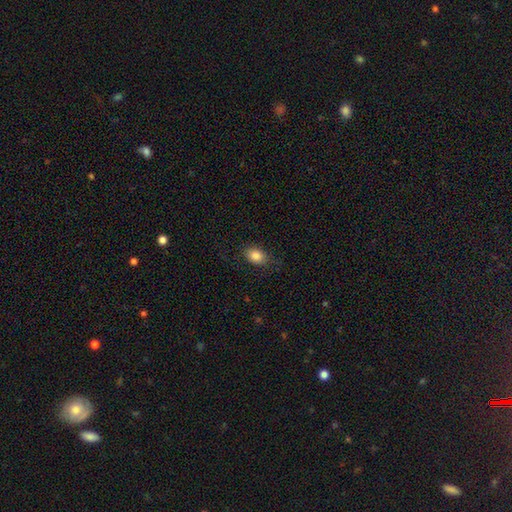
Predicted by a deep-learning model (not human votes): This appears to be a smooth galaxy with no disk features (86%) that is in between round and cigar-shaped (79%). Merging: none (83%).